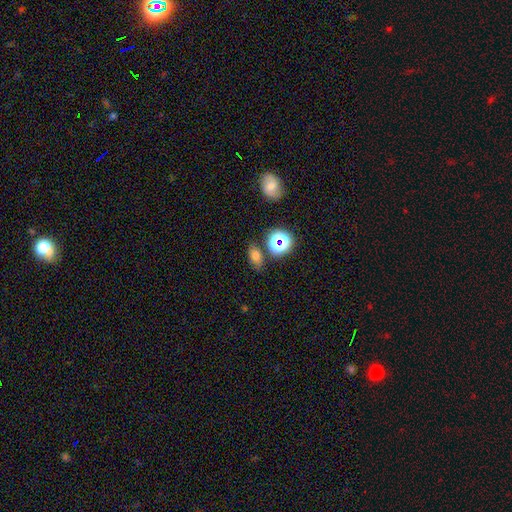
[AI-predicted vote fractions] A smooth galaxy with no disk features (70%) that is in between round and cigar-shaped (77%).

Vote fractions:
- Smooth or featured? smooth: 70% / star or artifact: 21% / featured or disk: 9%
- How rounded? in between: 77% / round: 20% / cigar-shaped: 3%
- Merging? none: 75% / minor disturbance: 14% / merger: 7% / major disturbance: 4%